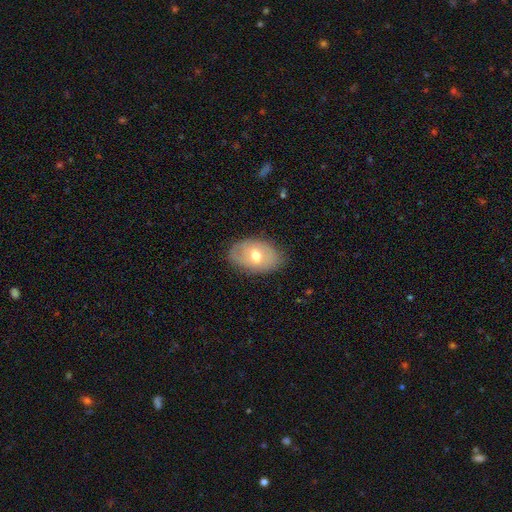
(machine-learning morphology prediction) smooth_or_featured: smooth (p=0.56) [alt: featured or disk p=0.37]
how_rounded: in between (p=0.84) [alt: round p=0.15]
merging: none (p=0.77) [alt: minor disturbance p=0.18]